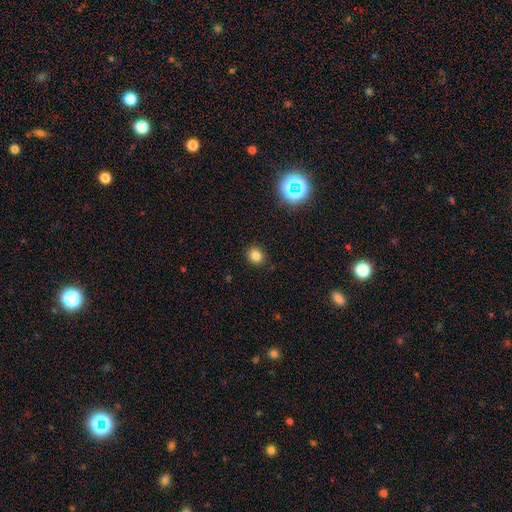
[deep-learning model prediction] Overall: smooth (80%). How rounded: round (74%). Merging: none (88%).